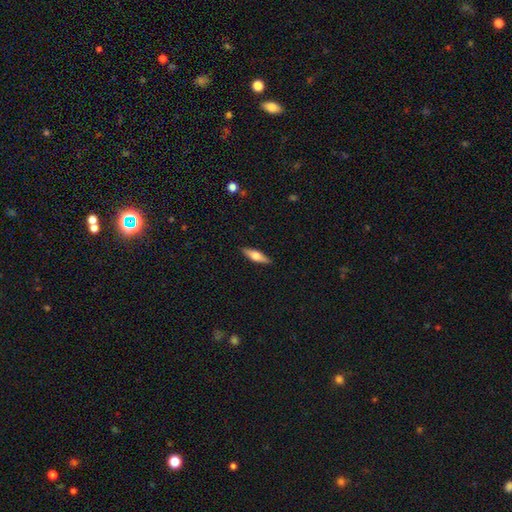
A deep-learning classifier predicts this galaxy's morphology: smooth-or-featured: smooth: 50% | featured or disk: 44% | star or artifact: 6%
  merging: none: 90% | minor disturbance: 8% | major disturbance: 2% | merger: 1%